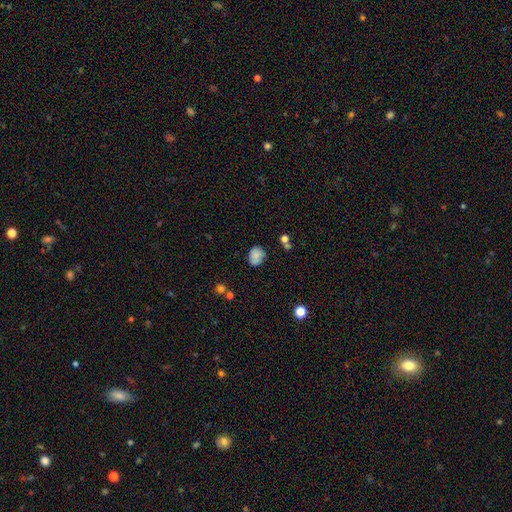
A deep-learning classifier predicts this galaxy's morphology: A smooth galaxy with no disk features (80%) that is round (55%). Merging: none (67%).